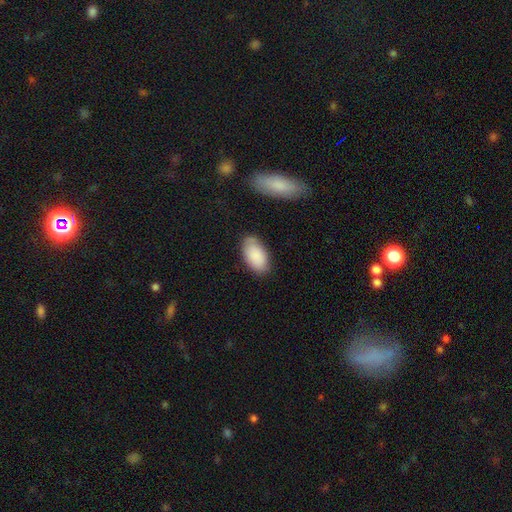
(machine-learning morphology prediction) Q: Smooth or featured?
A: smooth (87%); runner-up: featured or disk (7%)
Q: How rounded?
A: in between (95%); runner-up: round (3%)
Q: Merging?
A: none (76%); runner-up: minor disturbance (17%)